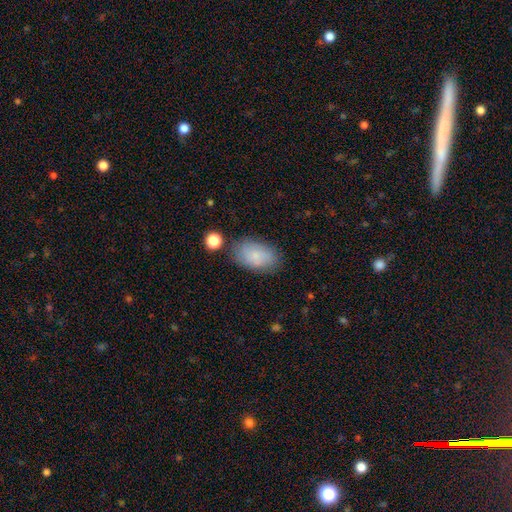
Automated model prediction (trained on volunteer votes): Q: Smooth or featured?
A: smooth (77%); runner-up: featured or disk (15%)
Q: How rounded?
A: in between (92%); runner-up: round (7%)
Q: Merging?
A: none (75%); runner-up: minor disturbance (17%)